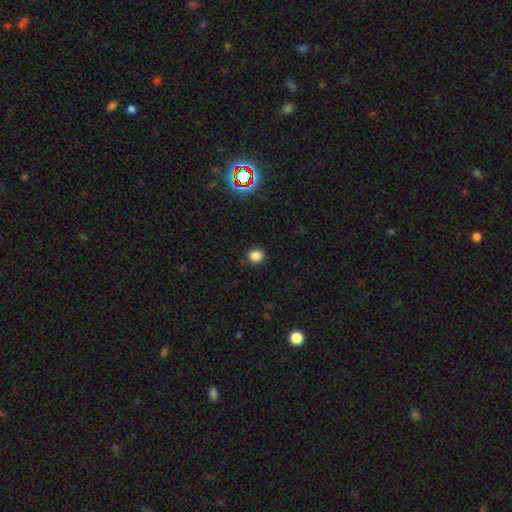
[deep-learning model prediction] Smooth or featured: smooth — 82% (star or artifact — 14%)
How rounded: round — 88% (in between — 11%)
Merging: none — 91% (minor disturbance — 6%)